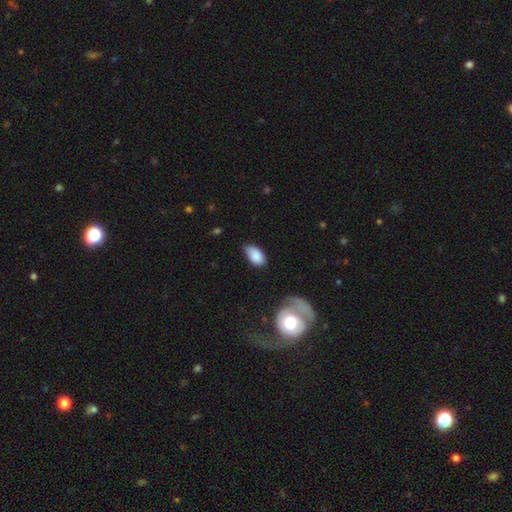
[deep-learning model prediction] Overall: smooth (85%). How rounded: in between (93%). Merging: none (60%; minor disturbance 31%).